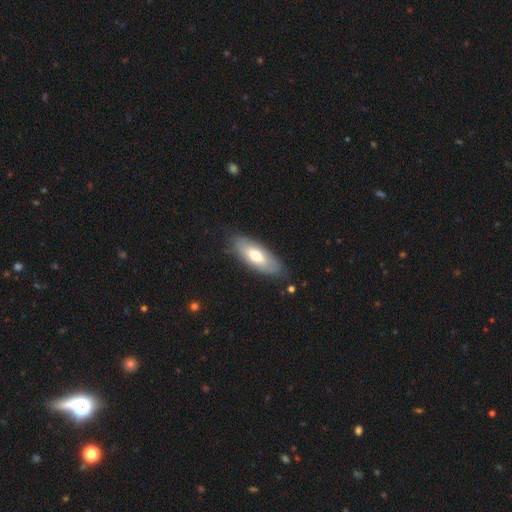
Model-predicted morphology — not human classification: The model was most divided on "smooth or featured": smooth: 66%, featured or disk: 28%, star or artifact: 6%. More confident: merging — none (83%); how rounded — in between (79%).